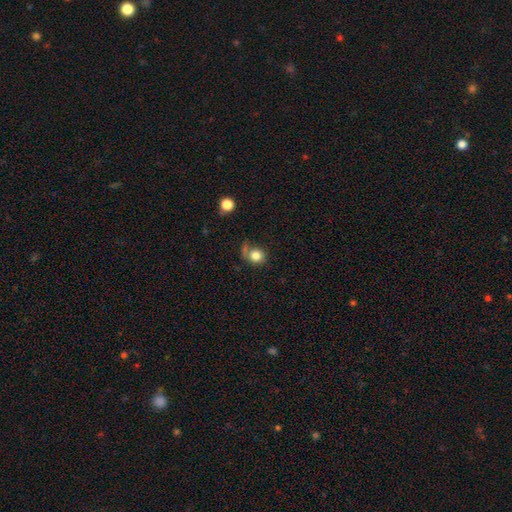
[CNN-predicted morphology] Smooth or featured? Predicted: smooth (p=0.82). How rounded? Predicted: round (p=0.82). Merging? Predicted: none (p=0.53).